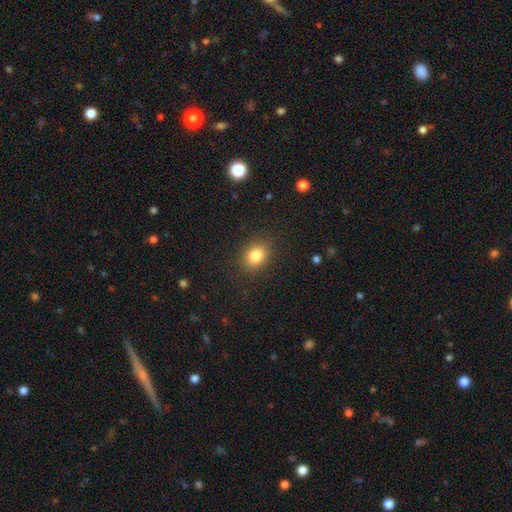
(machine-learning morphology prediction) smooth 83%, star or artifact 10%, featured or disk 7%. Down the decision tree: how rounded — in between (54%); merging — none (86%).